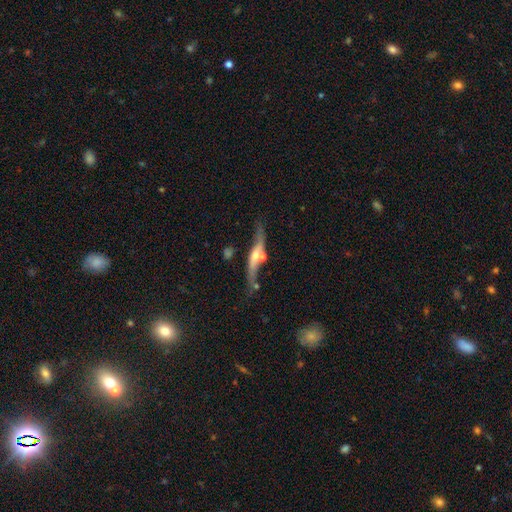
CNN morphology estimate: A featured or disk galaxy (68%) viewed edge-on (60%). Merging: none (48%).